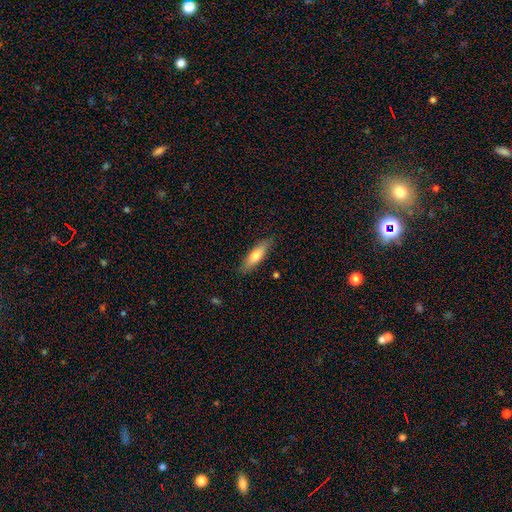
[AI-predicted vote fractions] The model was most divided on "how rounded": cigar-shaped: 57%, in between: 42%, round: 2%. More confident: merging — none (84%); smooth or featured — smooth (69%).